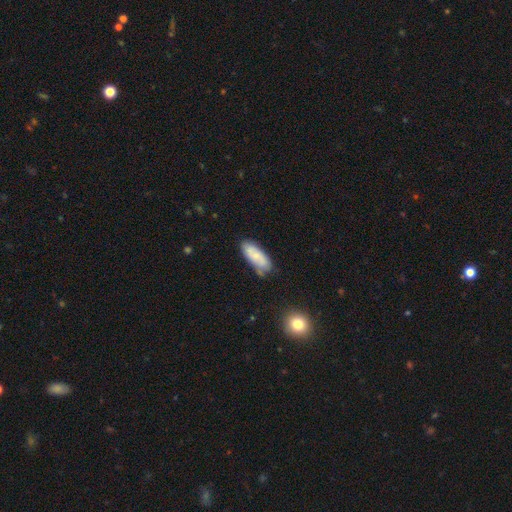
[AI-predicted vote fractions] smooth-or-featured: smooth: 67% | featured or disk: 26% | star or artifact: 7%
  how-rounded: in between: 76% | cigar-shaped: 22% | round: 2%
  merging: none: 65% | minor disturbance: 24% | merger: 6% | major disturbance: 5%